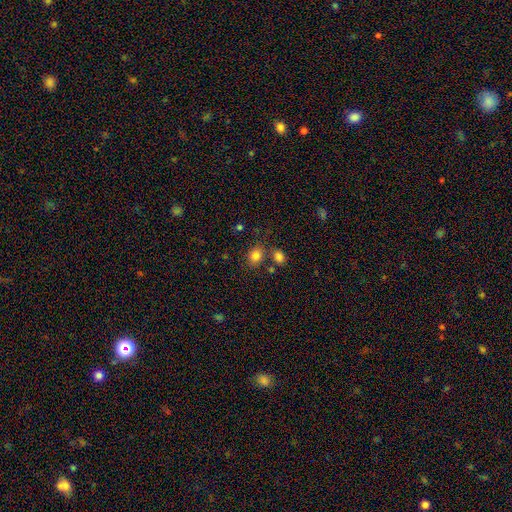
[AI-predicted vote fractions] This appears to be a smooth galaxy with no disk features (82%) that is round (60%). Merging: none (73%).